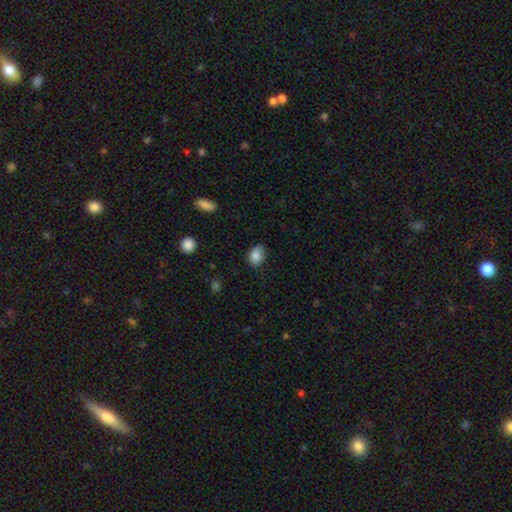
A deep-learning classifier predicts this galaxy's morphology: This appears to be a smooth galaxy with no disk features (86%) that is in between round and cigar-shaped (66%). Merging: none (67%).